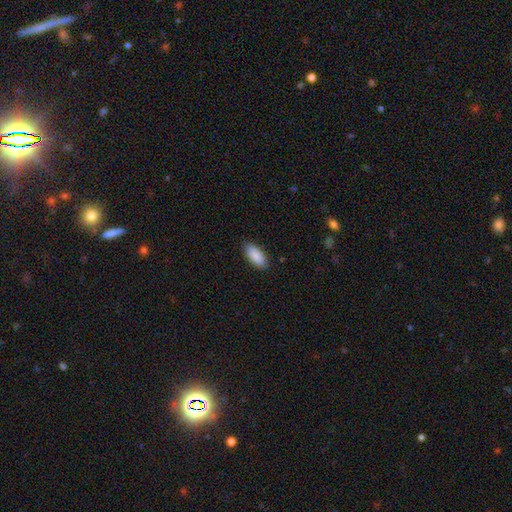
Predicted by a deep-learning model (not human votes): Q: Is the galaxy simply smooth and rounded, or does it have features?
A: smooth — 90%.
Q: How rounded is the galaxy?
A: in between — 88%.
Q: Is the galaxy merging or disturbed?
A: none — 88%.